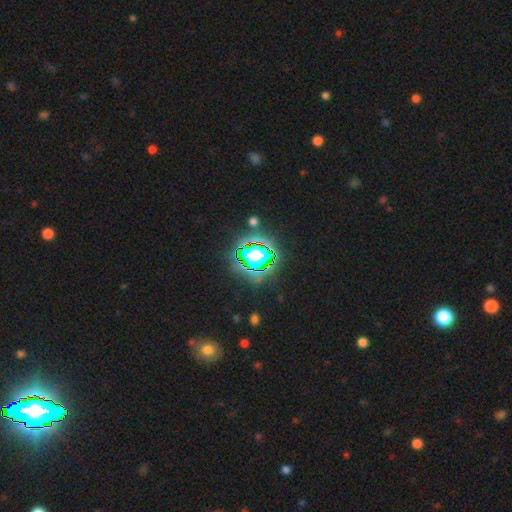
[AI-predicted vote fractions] smooth_or_featured: star or artifact (p=0.76) [alt: smooth p=0.15]